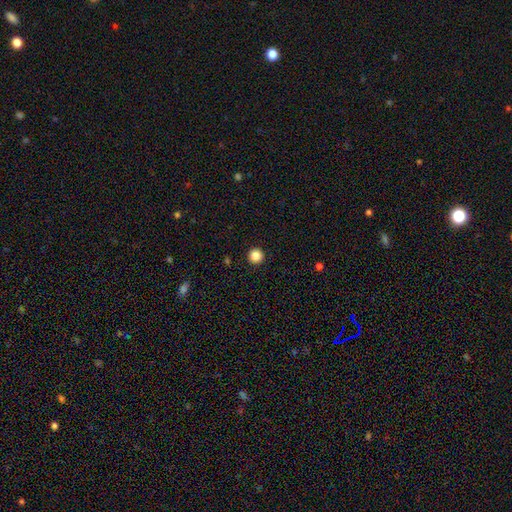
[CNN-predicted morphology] Smooth or featured? smooth (86%)
How rounded? round (97%)
Merging? none (94%)